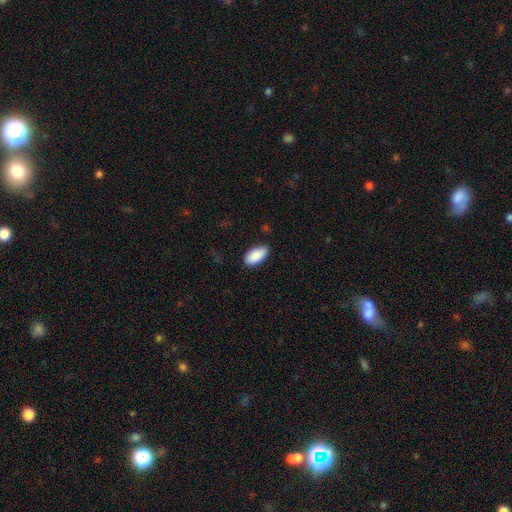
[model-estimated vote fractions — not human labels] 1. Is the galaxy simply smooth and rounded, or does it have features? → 89% smooth, 6% star or artifact, 5% featured or disk.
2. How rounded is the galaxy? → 94% in between, 3% cigar-shaped, 2% round.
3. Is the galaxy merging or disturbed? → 82% none, 14% minor disturbance, 2% major disturbance, 1% merger.